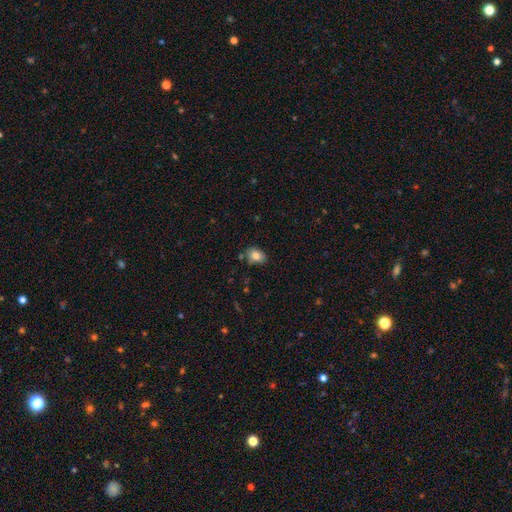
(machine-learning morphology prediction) smooth 82%, star or artifact 9%, featured or disk 9%. Down the decision tree: how rounded — in between (75%); merging — none (75%).